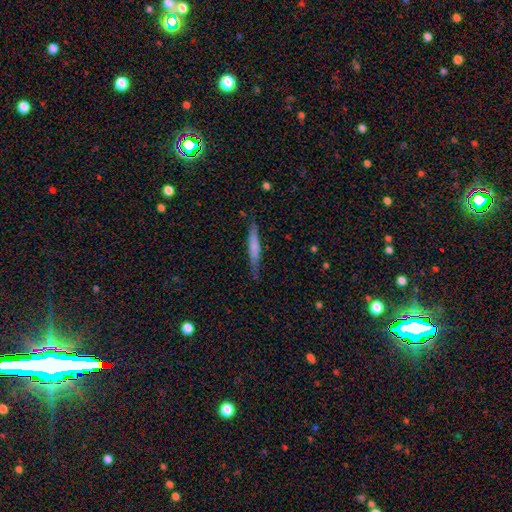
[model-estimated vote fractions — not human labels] Smooth or featured?
  - featured or disk: 37% *
  - star or artifact: 36%
  - smooth: 28%
Merging?
  - none: 81% *
  - minor disturbance: 11%
  - major disturbance: 4%
  - merger: 4%